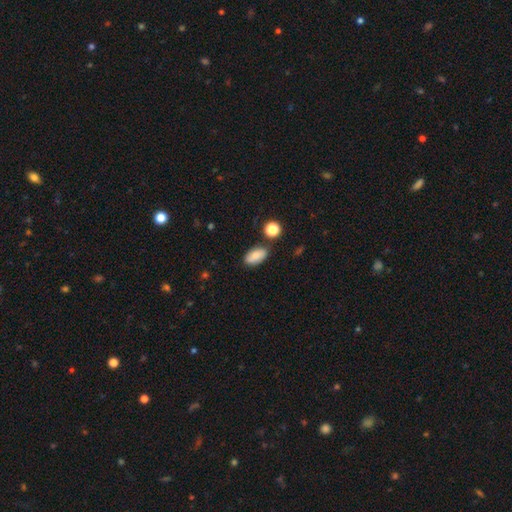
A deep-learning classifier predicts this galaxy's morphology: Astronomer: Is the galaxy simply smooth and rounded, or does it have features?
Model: smooth — 78%.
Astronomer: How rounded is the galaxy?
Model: in between — 90%.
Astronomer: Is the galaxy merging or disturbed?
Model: none — 78%.